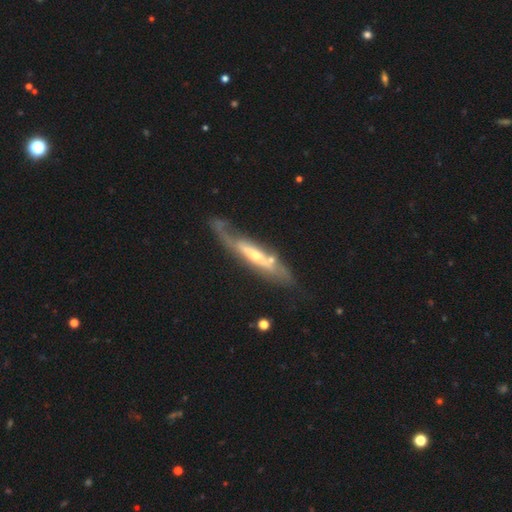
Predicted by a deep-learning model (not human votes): Smooth or featured? featured or disk (78%)
Edge-on disk? no (51%)
Merging? none (50%)